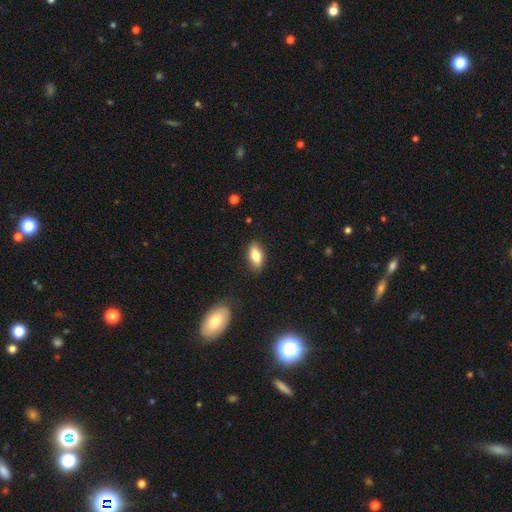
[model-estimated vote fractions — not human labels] Q: Smooth or featured?
A: smooth (81%); runner-up: featured or disk (12%)
Q: How rounded?
A: in between (87%); runner-up: cigar-shaped (10%)
Q: Merging?
A: none (85%); runner-up: minor disturbance (12%)